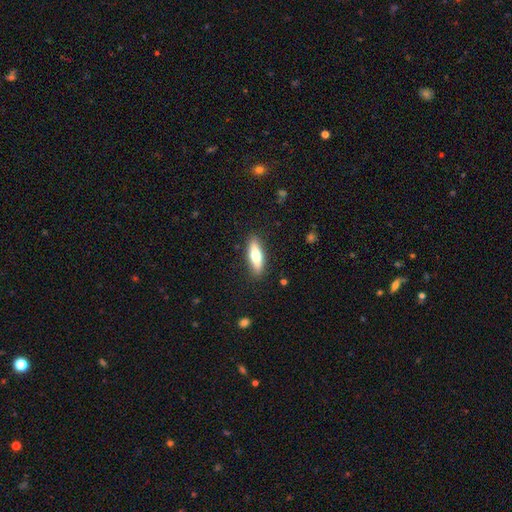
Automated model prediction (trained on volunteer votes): A smooth galaxy with no disk features (61%) that is cigar-shaped (55%).

Vote fractions:
- Smooth or featured? smooth: 61% / featured or disk: 33% / star or artifact: 6%
- How rounded? cigar-shaped: 55% / in between: 43% / round: 2%
- Merging? none: 88% / minor disturbance: 9% / major disturbance: 2% / merger: 1%